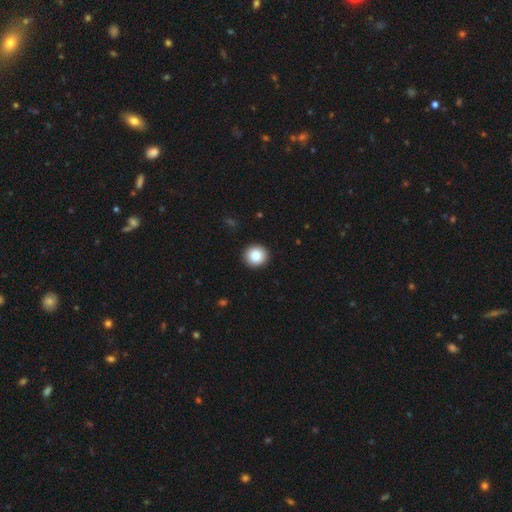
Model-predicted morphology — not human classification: This appears to be a smooth galaxy with no disk features (88%) that is round (92%). Merging: none (92%).